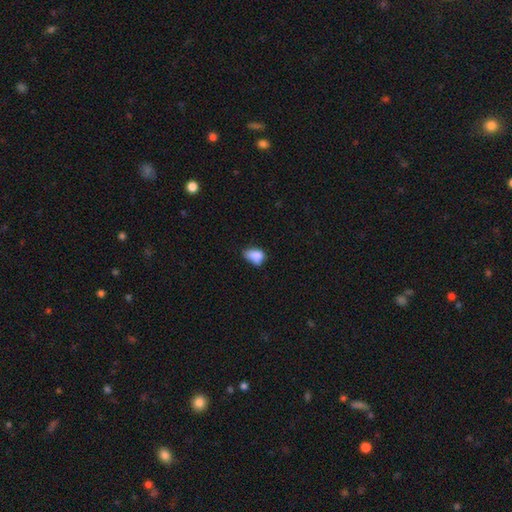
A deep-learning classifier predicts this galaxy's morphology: Q: Smooth or featured?
A: smooth (80%); runner-up: featured or disk (10%)
Q: How rounded?
A: in between (83%); runner-up: round (15%)
Q: Merging?
A: minor disturbance (39%); runner-up: none (34%)